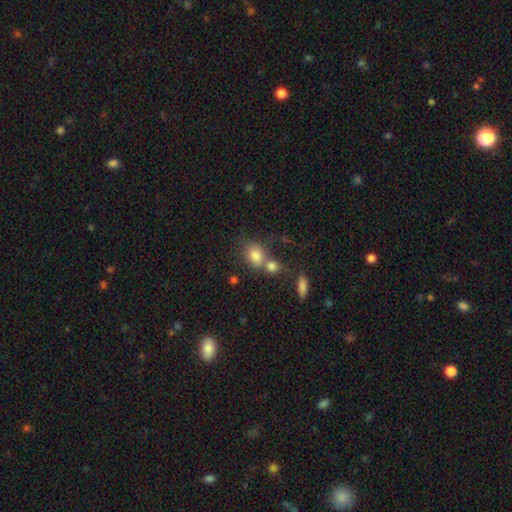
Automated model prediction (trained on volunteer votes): This is clearly a smooth galaxy (80%). How rounded: possibly in between (55%). Merging: marginally none (43%).